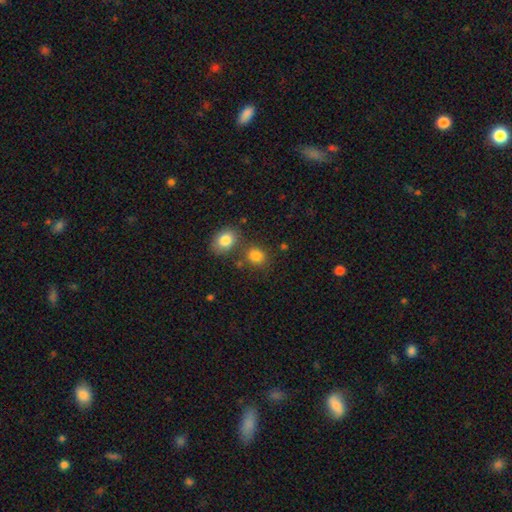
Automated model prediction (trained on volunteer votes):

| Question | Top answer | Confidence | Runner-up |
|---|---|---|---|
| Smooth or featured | smooth | 83% | star or artifact (11%) |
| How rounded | round | 63% | in between (35%) |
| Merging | none | 67% | merger (18%) |